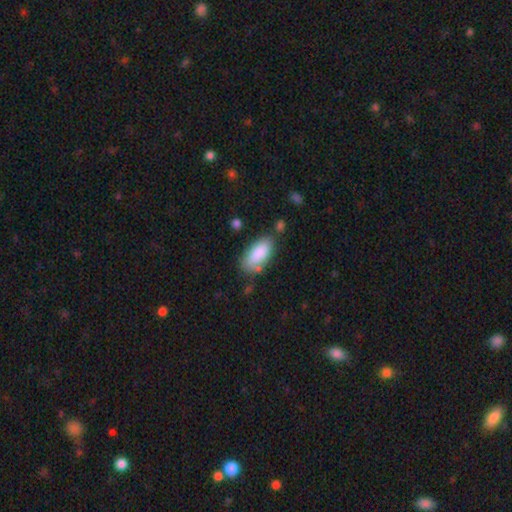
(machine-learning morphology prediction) Smooth or featured?
  - smooth: 87% *
  - featured or disk: 7%
  - star or artifact: 6%
How rounded?
  - in between: 90% *
  - cigar-shaped: 7%
  - round: 2%
Merging?
  - none: 71% *
  - minor disturbance: 18%
  - merger: 6%
  - major disturbance: 5%